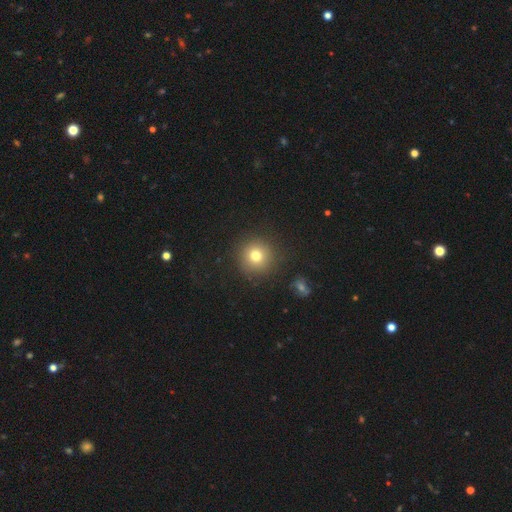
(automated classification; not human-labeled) Smooth or featured? Predicted: smooth (p=0.76). How rounded? Predicted: round (p=0.94). Merging? Predicted: none (p=0.87).